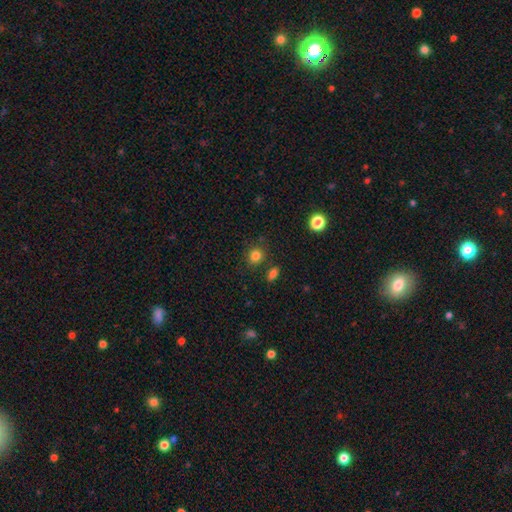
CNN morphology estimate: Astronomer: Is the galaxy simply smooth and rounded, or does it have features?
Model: smooth — 83%.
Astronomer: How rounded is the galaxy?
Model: round — 81%.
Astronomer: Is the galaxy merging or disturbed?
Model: none — 81%.